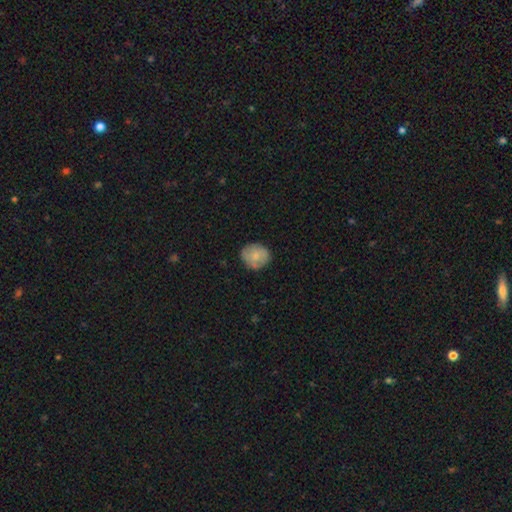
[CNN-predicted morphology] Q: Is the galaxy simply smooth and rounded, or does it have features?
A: smooth — 76%.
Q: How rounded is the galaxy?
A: round — 71%.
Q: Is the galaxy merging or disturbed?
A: none — 79%.